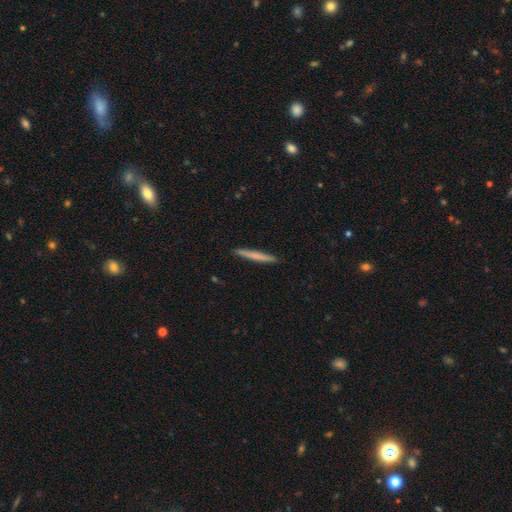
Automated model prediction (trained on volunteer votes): Smooth or featured: smooth — 69% (featured or disk — 25%)
How rounded: cigar-shaped — 97% (in between — 2%)
Merging: none — 92% (minor disturbance — 6%)